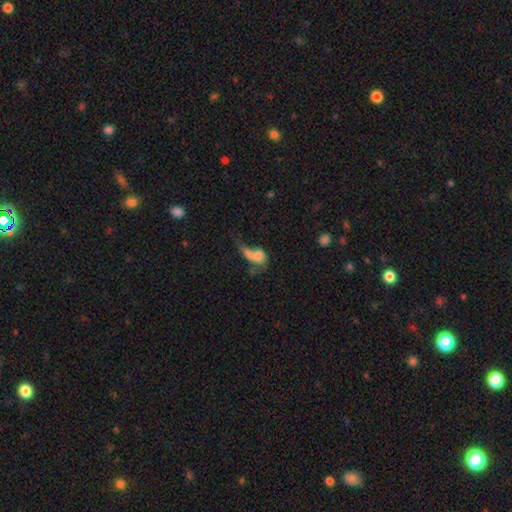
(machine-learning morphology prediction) type=smooth (59%); roundness=in between (65%); merging=major disturbance (37%).